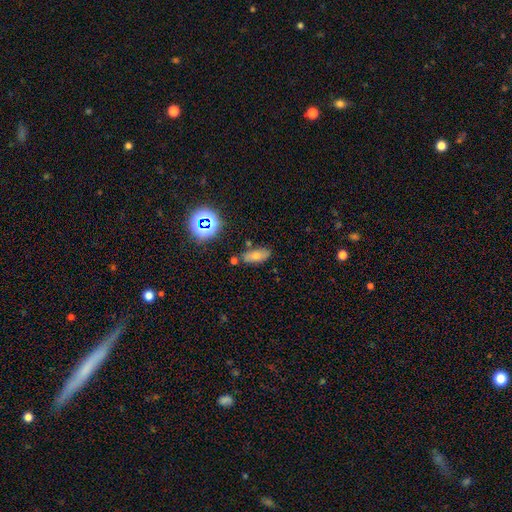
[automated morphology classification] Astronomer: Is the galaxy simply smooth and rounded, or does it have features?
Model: smooth — 66%.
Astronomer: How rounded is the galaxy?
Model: in between — 77%.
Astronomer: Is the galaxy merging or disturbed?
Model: none — 71%.